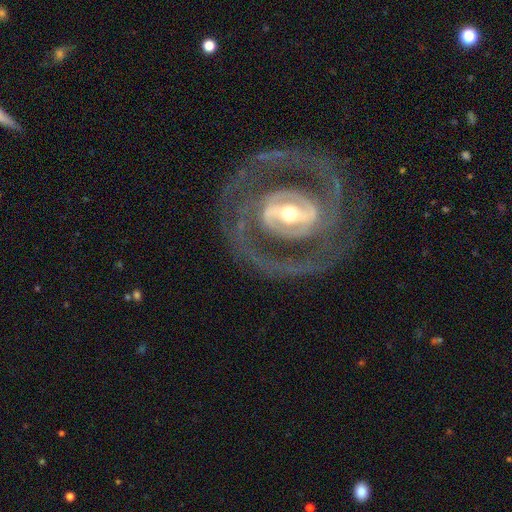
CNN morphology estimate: A featured or disk galaxy (89%) with a strong bar (49%), 2 (78%) tight (56%) spiral arms (91%) and a moderate central bulge (55%).

Vote fractions:
- Smooth or featured? featured or disk: 89% / smooth: 6% / star or artifact: 5%
- Edge-on disk? no: 96% / yes: 4%
- Bar? strong: 49% / weak: 32% / no: 19%
- Spiral arms? yes: 91% / no: 9%
- Spiral winding? tight: 56% / medium: 36% / loose: 8%
- Spiral arm count? 2: 78% / can't tell: 8% / 3: 5% / 1: 4% / 4: 2% / more than 4: 2%
- Bulge size? moderate: 55% / small: 32% / large: 10% / dominant: 1% / none: 1%
- Merging? none: 77% / minor disturbance: 12% / major disturbance: 9% / merger: 1%